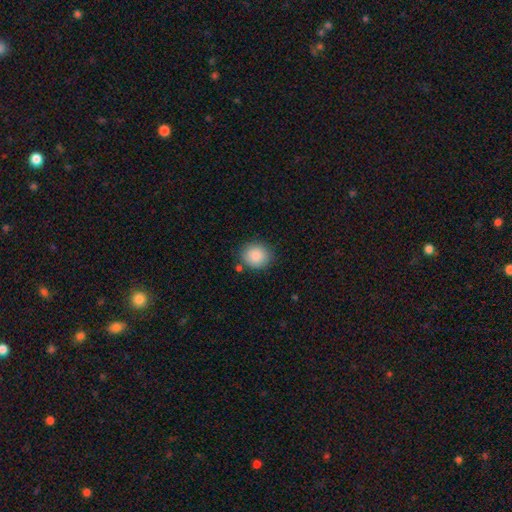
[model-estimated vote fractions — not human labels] A smooth galaxy with no disk features (87%) that is round (78%). Merging: none (84%).